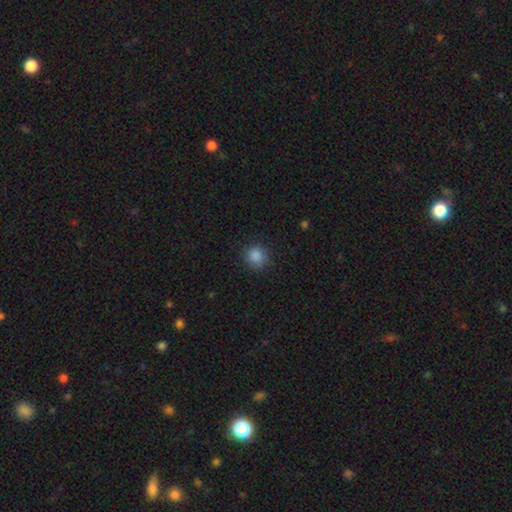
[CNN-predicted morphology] smooth 86%, star or artifact 11%, featured or disk 3%. Down the decision tree: how rounded — round (89%); merging — none (88%).